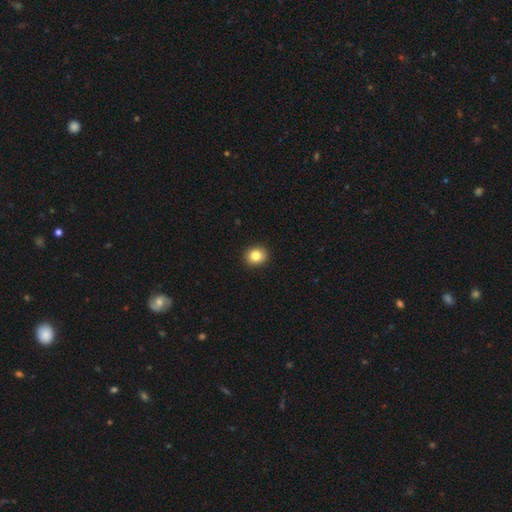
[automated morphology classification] smooth-or-featured: smooth: 84% | star or artifact: 10% | featured or disk: 6%
  how-rounded: round: 75% | in between: 24% | cigar-shaped: 1%
  merging: none: 92% | minor disturbance: 6% | major disturbance: 2% | merger: 1%